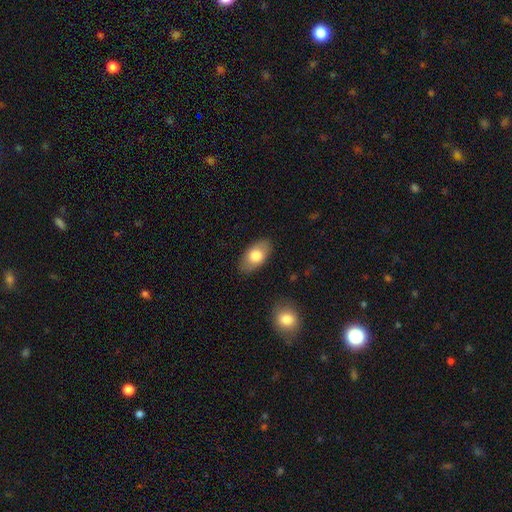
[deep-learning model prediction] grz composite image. It shows a smooth galaxy with no disk features (76%) that is in between round and cigar-shaped (92%). Merging: none (85%).